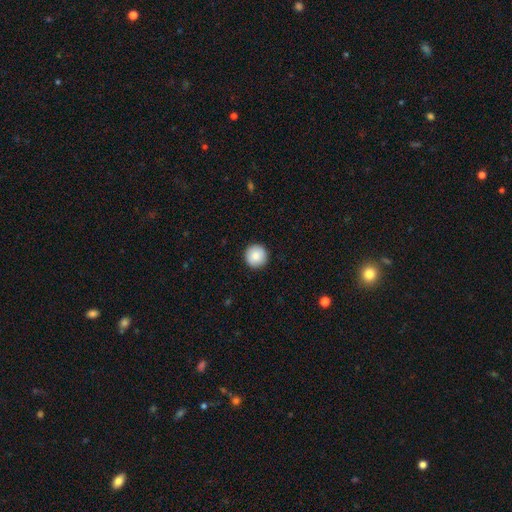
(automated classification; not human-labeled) Q: Smooth or featured?
A: smooth (86%); runner-up: star or artifact (7%)
Q: How rounded?
A: round (96%); runner-up: in between (3%)
Q: Merging?
A: none (93%); runner-up: minor disturbance (5%)